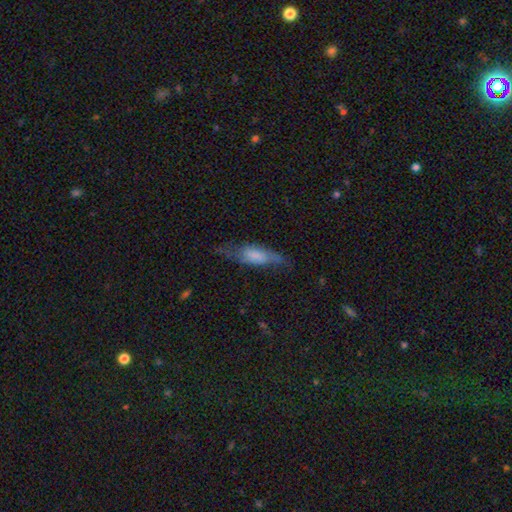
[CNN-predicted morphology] A smooth galaxy with no disk features (57%) that is in between round and cigar-shaped (53%).

Vote fractions:
- Smooth or featured? smooth: 57% / featured or disk: 36% / star or artifact: 7%
- How rounded? in between: 53% / cigar-shaped: 44% / round: 2%
- Merging? none: 52% / minor disturbance: 30% / major disturbance: 17% / merger: 2%